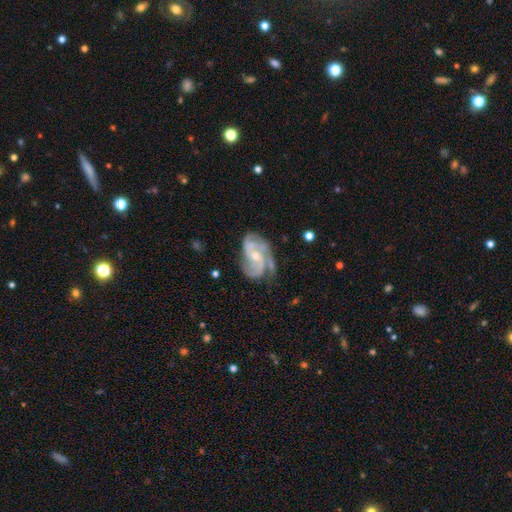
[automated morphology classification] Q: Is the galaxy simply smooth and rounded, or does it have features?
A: featured or disk — 89%.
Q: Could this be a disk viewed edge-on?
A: no — 98%.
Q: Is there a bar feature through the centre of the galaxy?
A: no — 53%.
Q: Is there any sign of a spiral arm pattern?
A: yes — 97%.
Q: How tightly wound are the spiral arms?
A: medium — 47%.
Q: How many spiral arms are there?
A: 3 — 44%.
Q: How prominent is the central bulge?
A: small — 58%.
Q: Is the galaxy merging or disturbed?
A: none — 61%.